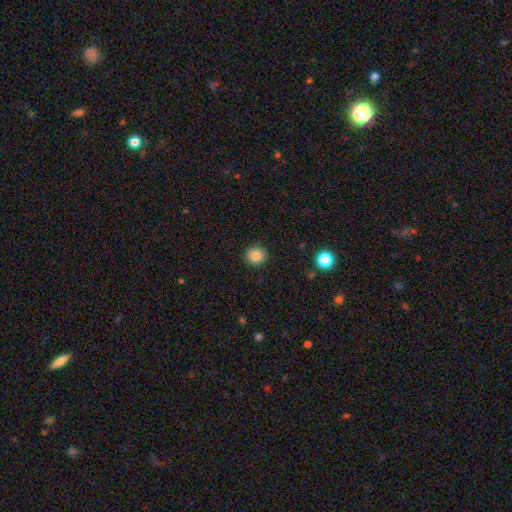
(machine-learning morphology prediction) Smooth or featured?
  - smooth: 84% *
  - star or artifact: 10%
  - featured or disk: 5%
How rounded?
  - round: 91% *
  - in between: 8%
  - cigar-shaped: 1%
Merging?
  - none: 91% *
  - minor disturbance: 6%
  - major disturbance: 2%
  - merger: 1%